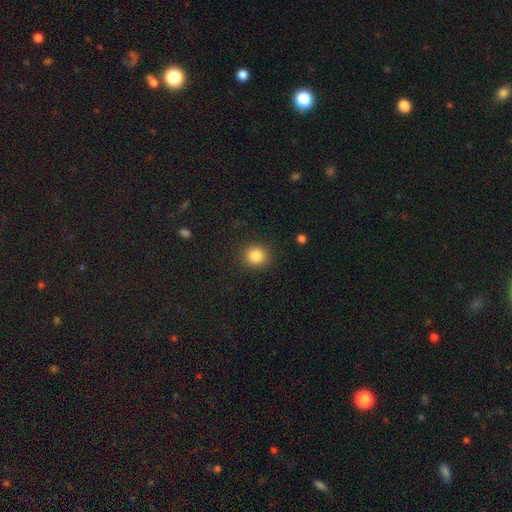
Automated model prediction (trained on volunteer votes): smooth 85%, star or artifact 10%, featured or disk 5%. Down the decision tree: how rounded — round (88%); merging — none (90%).